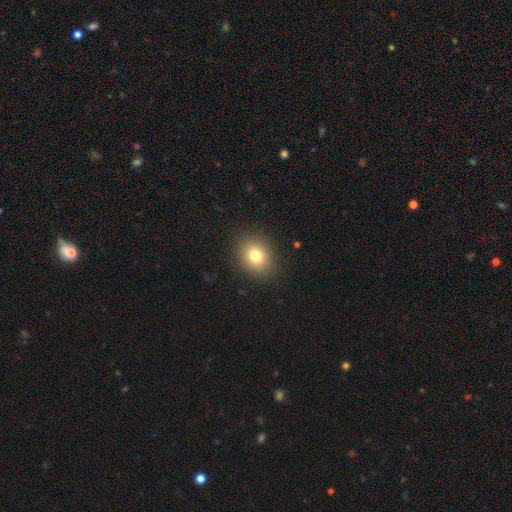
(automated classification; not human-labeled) smooth_or_featured: smooth (p=0.78) [alt: star or artifact p=0.12]
how_rounded: round (p=0.50) [alt: in between p=0.49]
merging: none (p=0.88) [alt: minor disturbance p=0.08]